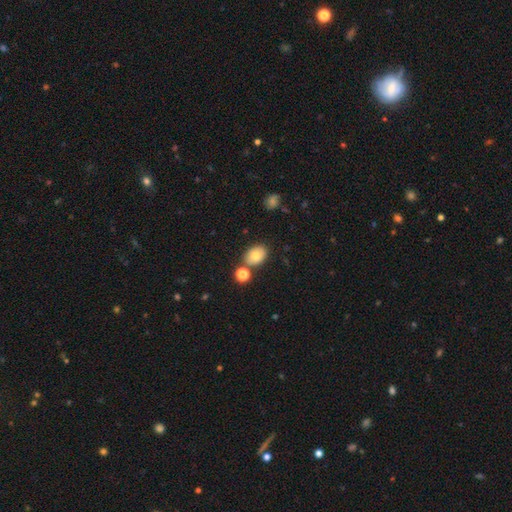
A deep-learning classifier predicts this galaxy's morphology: Q: Smooth or featured?
A: smooth (77%); runner-up: featured or disk (13%)
Q: How rounded?
A: in between (75%); runner-up: round (23%)
Q: Merging?
A: none (73%); runner-up: merger (12%)